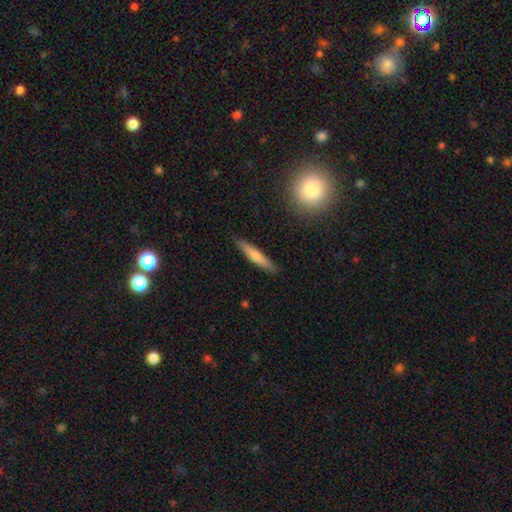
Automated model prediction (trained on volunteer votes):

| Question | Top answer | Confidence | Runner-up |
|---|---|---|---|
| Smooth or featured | smooth | 67% | featured or disk (27%) |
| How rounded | cigar-shaped | 91% | in between (7%) |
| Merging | none | 89% | minor disturbance (8%) |